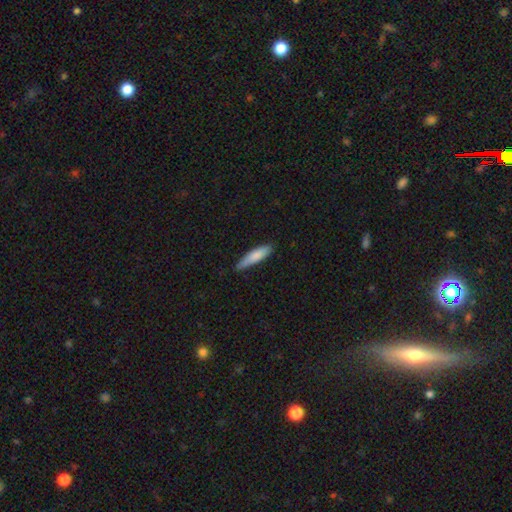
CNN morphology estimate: A smooth galaxy with no disk features (79%) that is cigar-shaped (74%).

Vote fractions:
- Smooth or featured? smooth: 79% / featured or disk: 15% / star or artifact: 6%
- How rounded? cigar-shaped: 74% / in between: 25% / round: 1%
- Merging? none: 70% / minor disturbance: 25% / major disturbance: 3% / merger: 2%